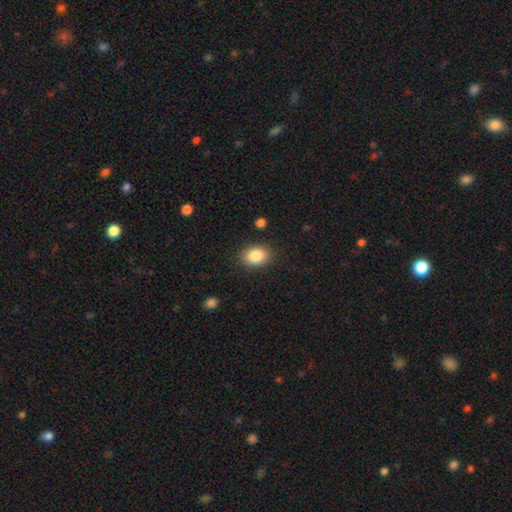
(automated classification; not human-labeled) Smooth or featured? Predicted: smooth (p=0.87). How rounded? Predicted: in between (p=0.71). Merging? Predicted: none (p=0.86).